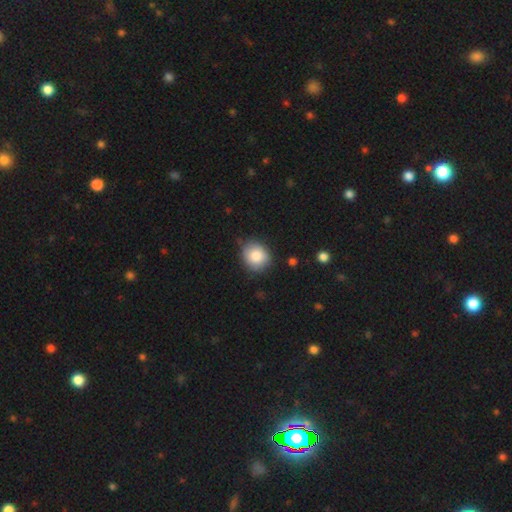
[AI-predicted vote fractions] A smooth galaxy with no disk features (83%) that is round (73%).

Vote fractions:
- Smooth or featured? smooth: 83% / featured or disk: 8% / star or artifact: 8%
- How rounded? round: 73% / in between: 26% / cigar-shaped: 1%
- Merging? none: 80% / minor disturbance: 15% / major disturbance: 3% / merger: 2%